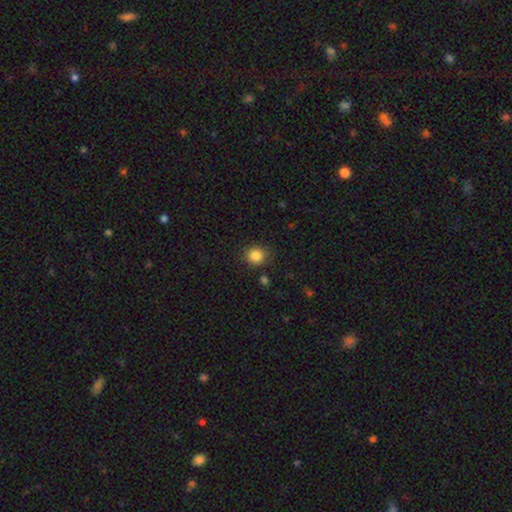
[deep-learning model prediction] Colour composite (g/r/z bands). It shows a smooth galaxy with no disk features (85%) that is round (84%). Merging: none (85%).